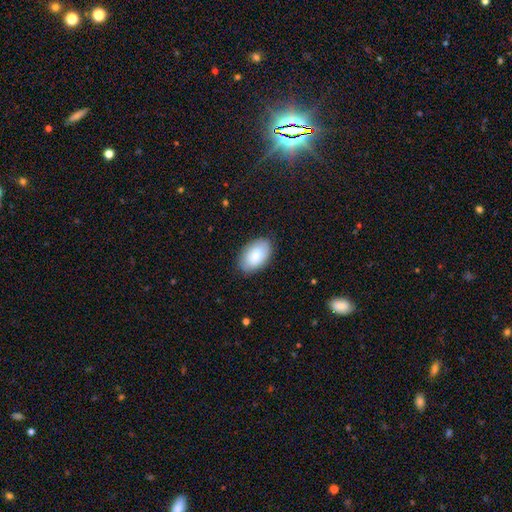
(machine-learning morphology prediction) Q: Smooth or featured?
A: smooth (85%); runner-up: featured or disk (10%)
Q: How rounded?
A: in between (94%); runner-up: round (5%)
Q: Merging?
A: none (85%); runner-up: minor disturbance (11%)